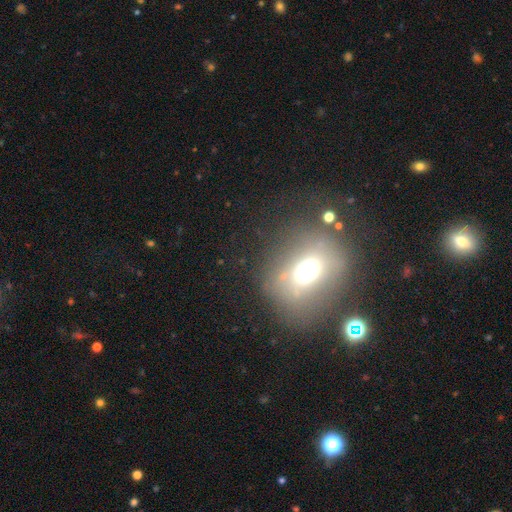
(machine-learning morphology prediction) smooth 44%, featured or disk 32%, star or artifact 23%. Down the decision tree: merging — none (68%).